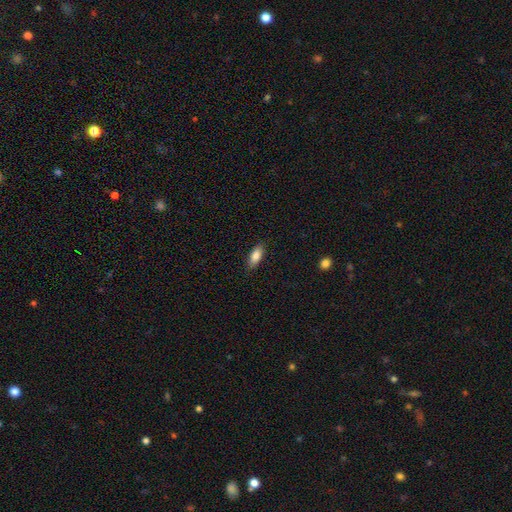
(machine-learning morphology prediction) smooth_or_featured: smooth (p=0.83) [alt: featured or disk p=0.10]
how_rounded: in between (p=0.77) [alt: cigar-shaped p=0.21]
merging: none (p=0.86) [alt: minor disturbance p=0.10]